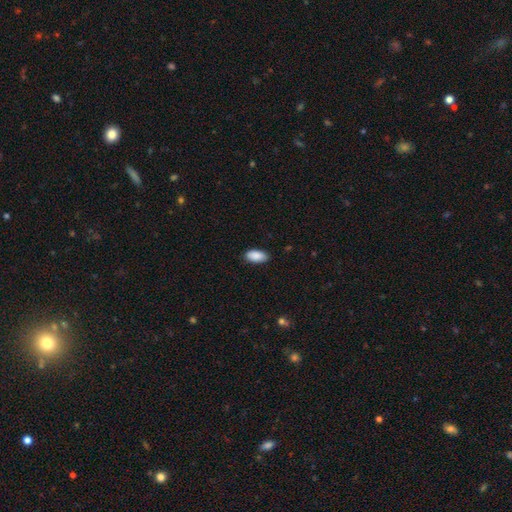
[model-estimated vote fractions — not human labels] A smooth galaxy with no disk features (90%) that is in between round and cigar-shaped (93%). Merging: none (87%).